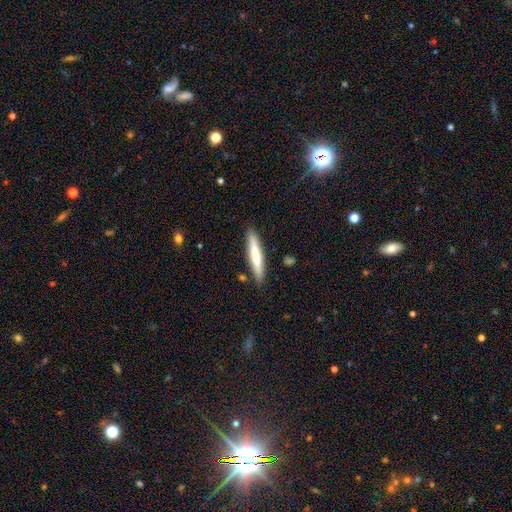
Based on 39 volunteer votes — A smooth galaxy with no disk features (56%) that is cigar-shaped (100%).

Vote fractions:
- Smooth or featured? smooth: 56% / featured or disk: 33% / star or artifact: 10%
- How rounded? cigar-shaped: 100% / round: 0% / in between: 0%
- Merging? none: 89% / minor disturbance: 9% / merger: 3% / major disturbance: 0%